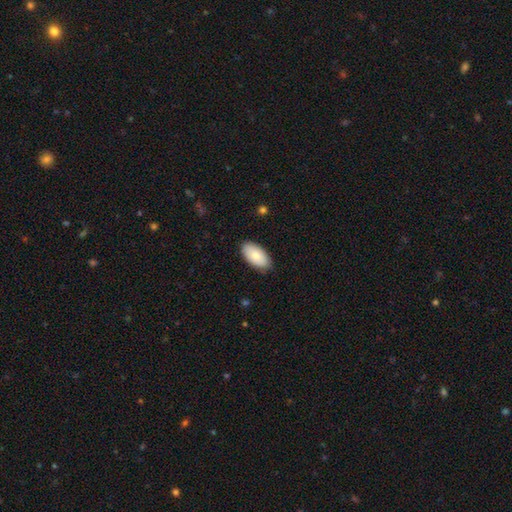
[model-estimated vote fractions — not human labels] smooth 79%, featured or disk 15%, star or artifact 6%. Down the decision tree: how rounded — in between (96%); merging — none (85%).